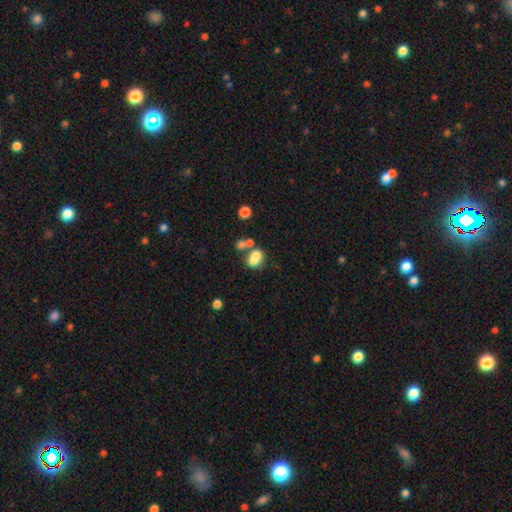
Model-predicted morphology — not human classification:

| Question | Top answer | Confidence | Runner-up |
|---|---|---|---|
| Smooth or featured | smooth | 70% | featured or disk (17%) |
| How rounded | in between | 69% | round (29%) |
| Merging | merger | 51% | none (30%) |